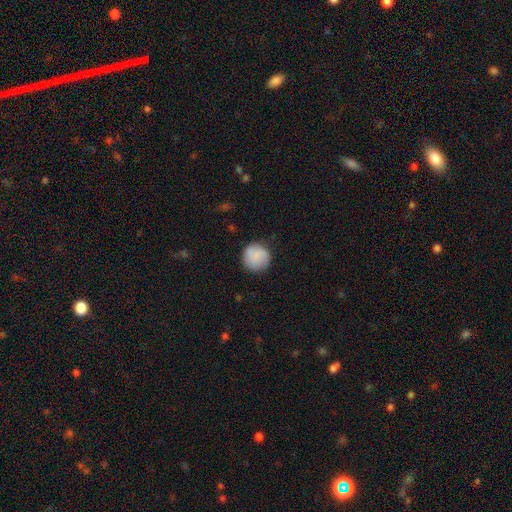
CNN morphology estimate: This appears to be a smooth galaxy with no disk features (81%) that is round (93%). Merging: none (82%).